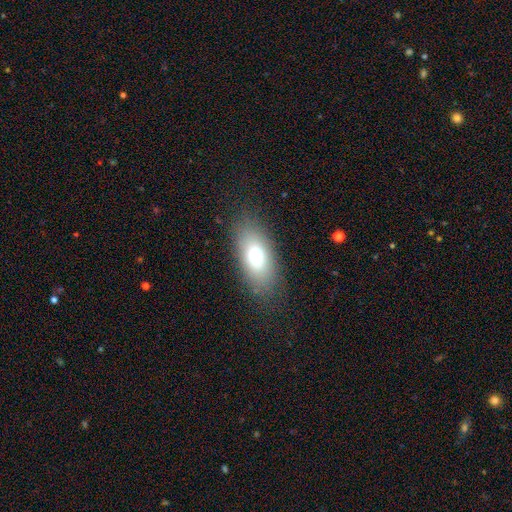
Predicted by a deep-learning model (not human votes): Smooth or featured: smooth — 69% (featured or disk — 19%)
How rounded: in between — 85% (round — 8%)
Merging: none — 81% (minor disturbance — 12%)